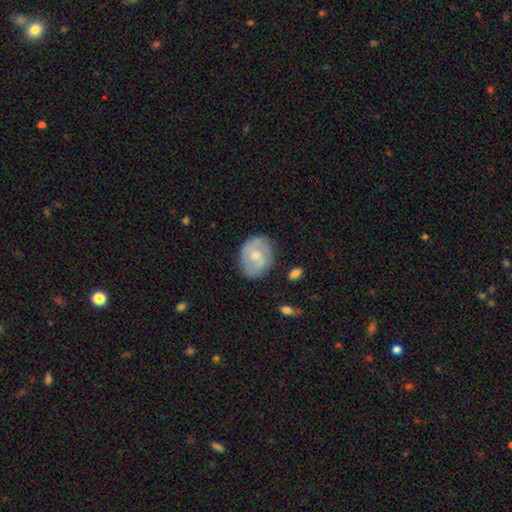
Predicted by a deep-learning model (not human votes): featured or disk 58%, smooth 36%, star or artifact 6%. Down the decision tree: edge-on disk — no (97%); bar — no (62%); spiral arms — yes (76%); bulge size — small (50%); merging — none (76%).